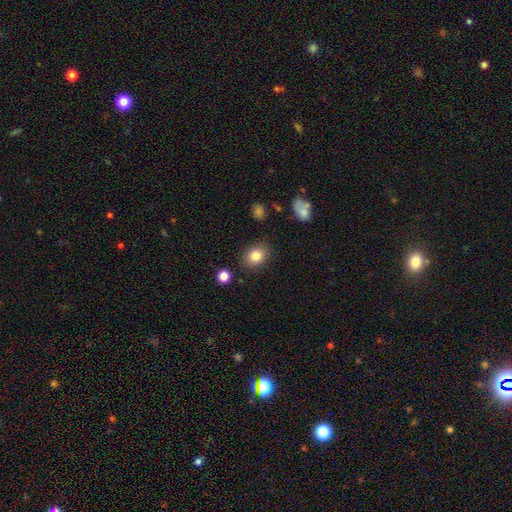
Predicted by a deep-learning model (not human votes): Smooth or featured: smooth — 83% (star or artifact — 9%)
How rounded: round — 51% (in between — 48%)
Merging: none — 85% (minor disturbance — 10%)